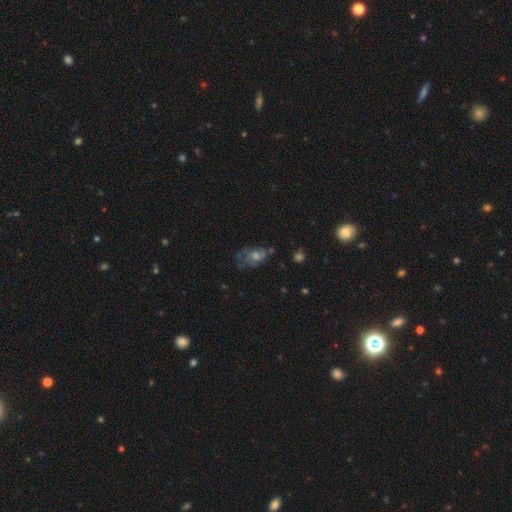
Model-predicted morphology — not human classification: featured or disk 57%, smooth 28%, star or artifact 15%. Down the decision tree: edge-on disk — no (94%); bar — no (78%); spiral arms — yes (66%); bulge size — moderate (58%); merging — none (54%).